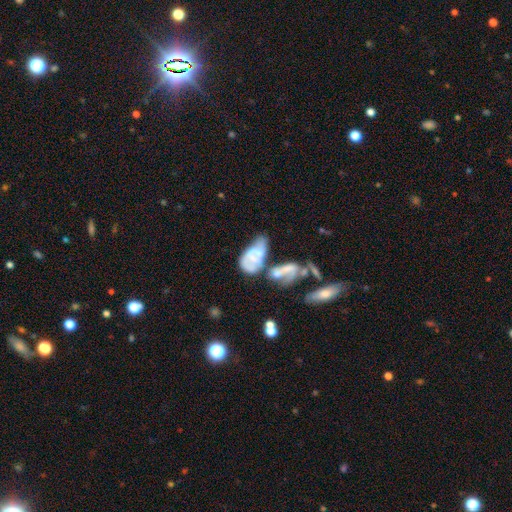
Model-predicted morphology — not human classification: Smooth or featured? featured or disk (57%)
Edge-on disk? no (95%)
Bar? no (71%)
Spiral arms? yes (57%)
Bulge size? none (37%)
Merging? merger (52%)